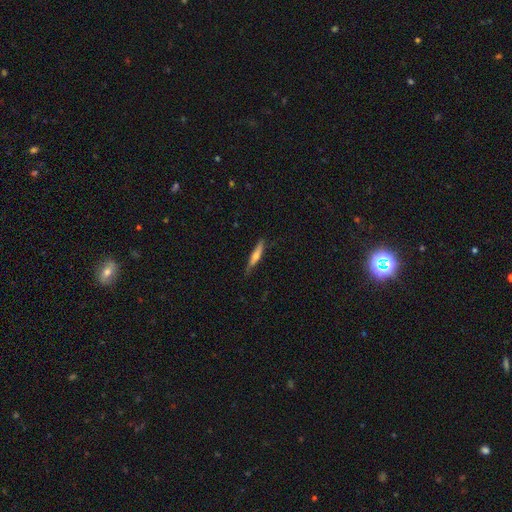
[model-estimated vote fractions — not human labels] A smooth galaxy with no disk features (48%). Merging: none (81%).